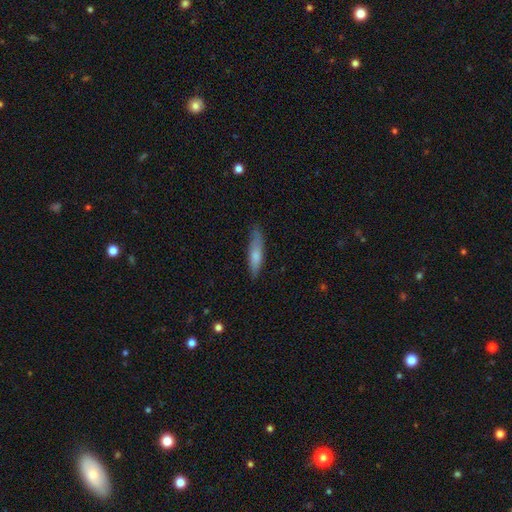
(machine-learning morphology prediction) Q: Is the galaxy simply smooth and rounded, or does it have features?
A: smooth — 73%.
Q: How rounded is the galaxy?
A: cigar-shaped — 75%.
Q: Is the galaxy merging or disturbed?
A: none — 74%.